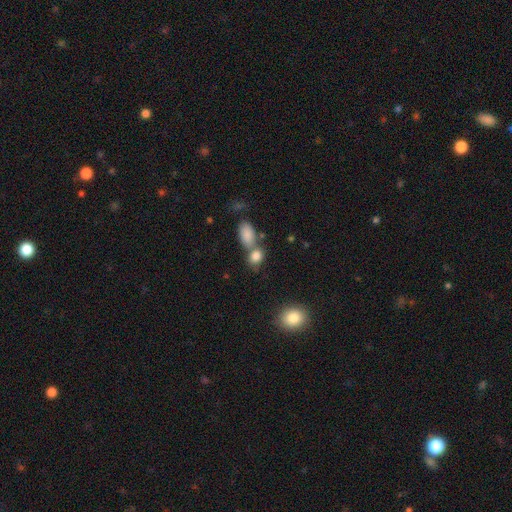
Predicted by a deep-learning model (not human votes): smooth-or-featured: smooth: 83% | star or artifact: 10% | featured or disk: 7%
  how-rounded: in between: 65% | round: 32% | cigar-shaped: 3%
  merging: none: 43% | merger: 42% | minor disturbance: 10% | major disturbance: 4%